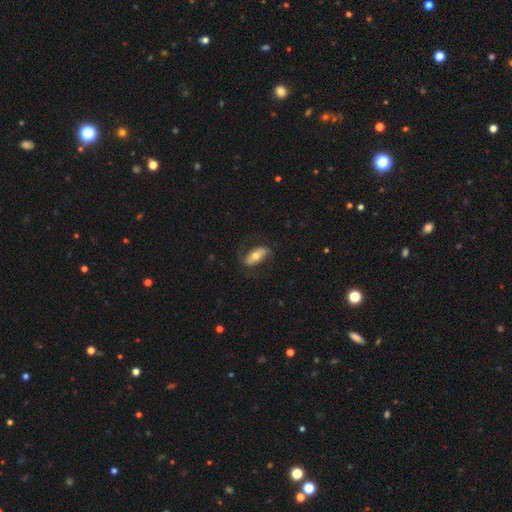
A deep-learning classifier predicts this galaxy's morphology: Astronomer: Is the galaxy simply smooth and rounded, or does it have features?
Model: smooth — 47% (runner-up: featured or disk, 46%).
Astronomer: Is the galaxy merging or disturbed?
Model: none — 72%.